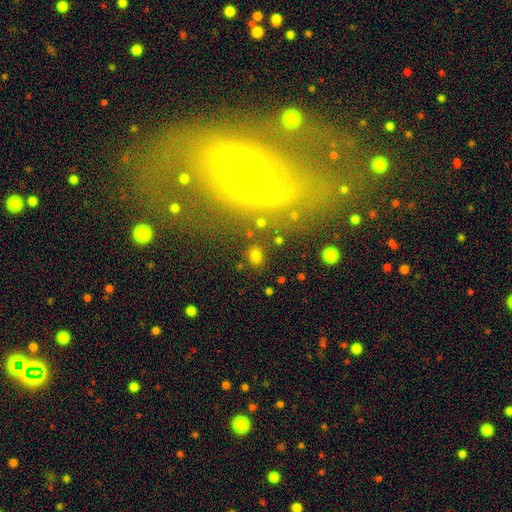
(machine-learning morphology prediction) smooth-or-featured: smooth: 75% | star or artifact: 16% | featured or disk: 9%
  how-rounded: in between: 51% | round: 47% | cigar-shaped: 2%
  merging: none: 83% | minor disturbance: 9% | major disturbance: 4% | merger: 4%